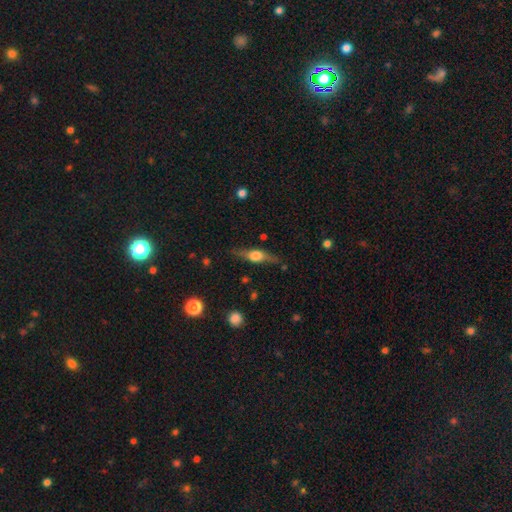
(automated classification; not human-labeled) Smooth or featured? featured or disk (58%)
Edge-on disk? yes (92%)
Edge-on bulge? rounded (91%)
Merging? none (78%)